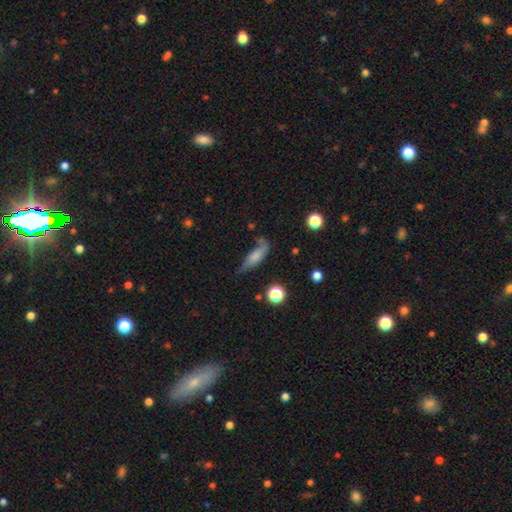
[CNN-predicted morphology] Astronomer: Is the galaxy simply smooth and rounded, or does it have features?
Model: smooth — 65%.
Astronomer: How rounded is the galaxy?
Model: in between — 56% (runner-up: cigar-shaped, 40%).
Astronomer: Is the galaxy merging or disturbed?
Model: none — 43% (runner-up: minor disturbance, 33%).